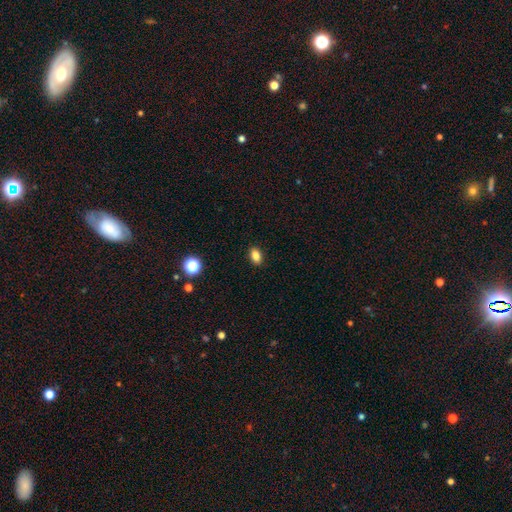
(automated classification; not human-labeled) This appears to be a smooth galaxy with no disk features (84%) that is in between round and cigar-shaped (83%). Merging: none (90%).